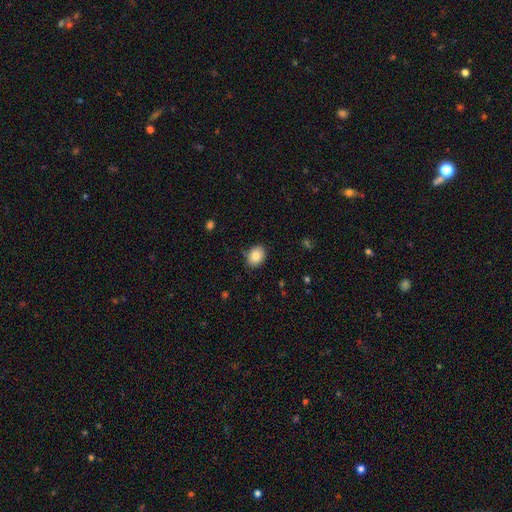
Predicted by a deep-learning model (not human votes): A smooth galaxy with no disk features (84%) that is in between round and cigar-shaped (56%). Merging: none (83%).